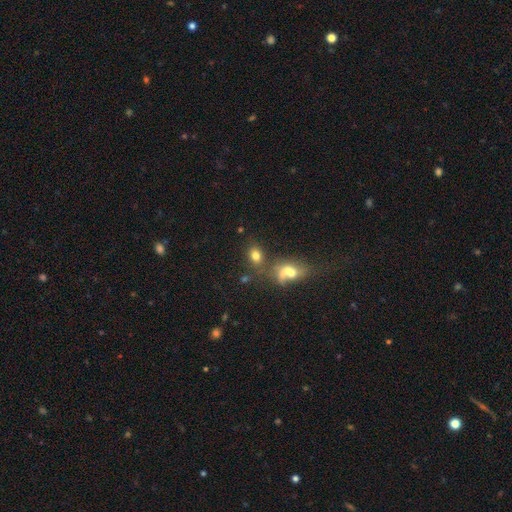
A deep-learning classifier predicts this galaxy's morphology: The model was most divided on "how rounded": in between: 60%, round: 38%, cigar-shaped: 2%. More confident: smooth or featured — smooth (74%); merging — none (62%).